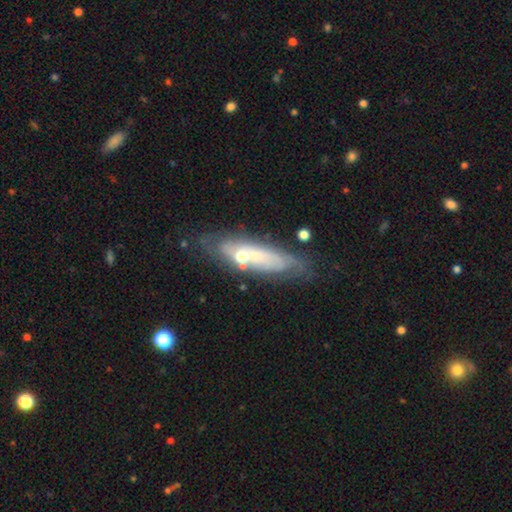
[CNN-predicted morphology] Overall: featured or disk (58%; smooth 33%). Edge-on disk: no (66%; yes 34%). Merging: none (61%; minor disturbance 22%).